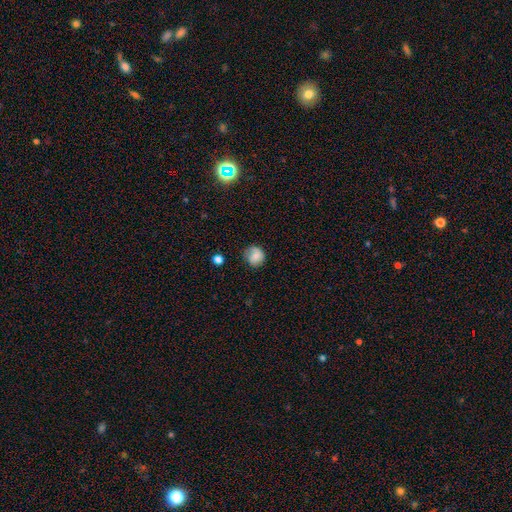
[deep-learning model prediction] This is likely a smooth galaxy (74%). How rounded: clearly round (85%). Merging: likely none (68%).